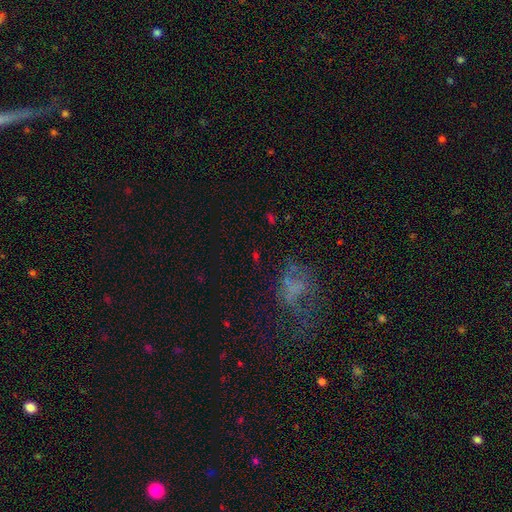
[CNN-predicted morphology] Overall: star or artifact (44%; smooth 34%).